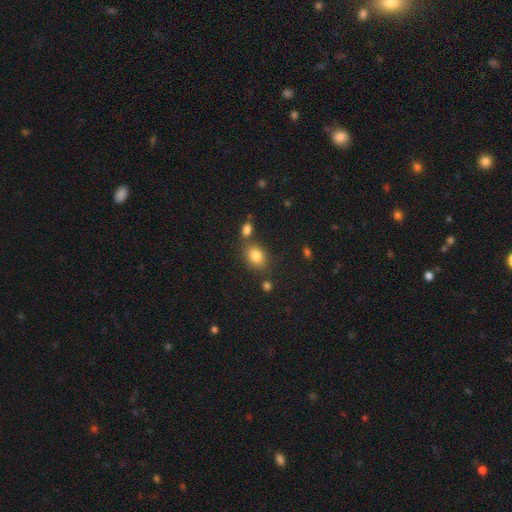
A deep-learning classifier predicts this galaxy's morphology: Overall: smooth (83%). How rounded: in between (73%). Merging: none (69%).